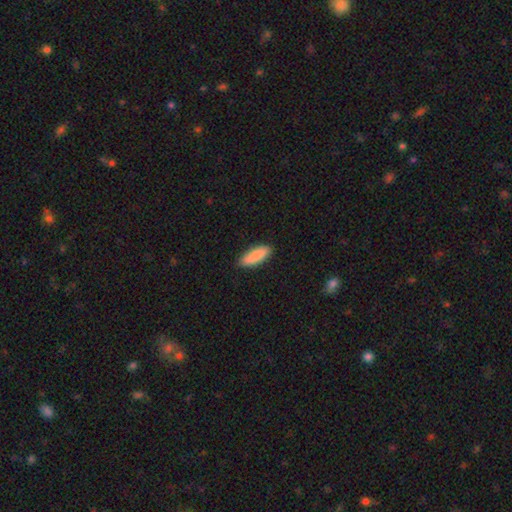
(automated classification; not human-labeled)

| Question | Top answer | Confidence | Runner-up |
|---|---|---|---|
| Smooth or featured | smooth | 89% | star or artifact (6%) |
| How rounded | in between | 52% | cigar-shaped (47%) |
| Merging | none | 87% | minor disturbance (10%) |